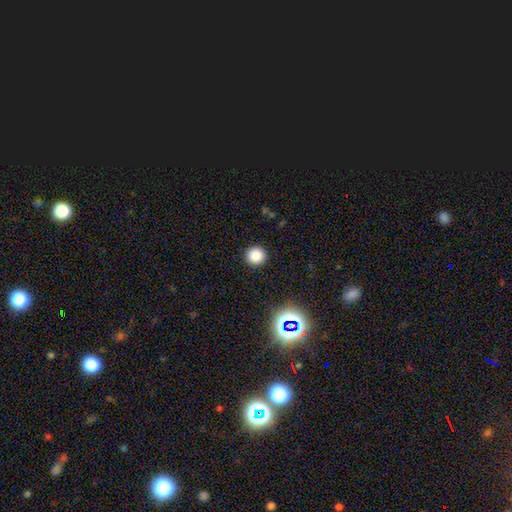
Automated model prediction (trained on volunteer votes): Overall: smooth (83%). How rounded: round (94%). Merging: none (93%).